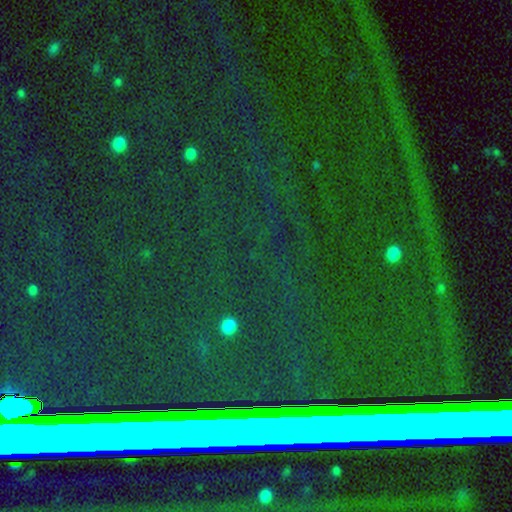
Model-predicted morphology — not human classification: Smooth or featured? star or artifact (80%)